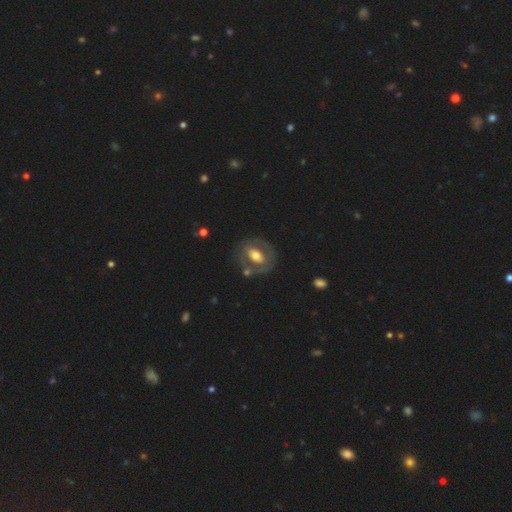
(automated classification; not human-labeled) The model was most divided on "bar": no: 49%, weak: 28%, strong: 23%. More confident: edge-on disk — no (93%); spiral arms — no (72%); merging — none (66%); smooth or featured — featured or disk (60%); bulge size — moderate (59%).